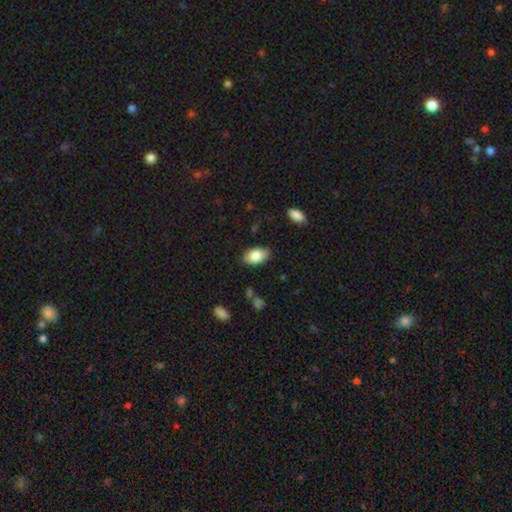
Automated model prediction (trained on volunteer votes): This is clearly a smooth galaxy (84%). How rounded: clearly in between (93%). Merging: clearly none (81%).